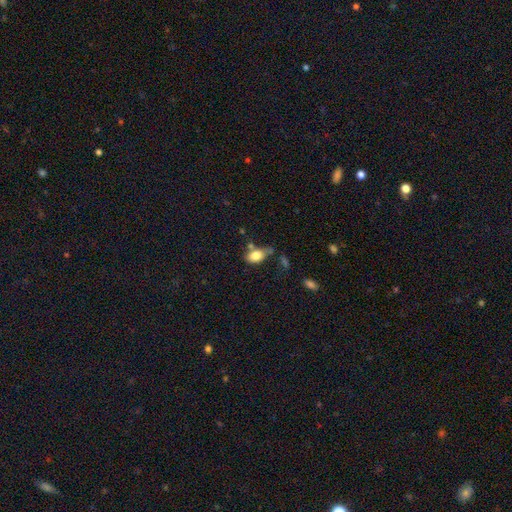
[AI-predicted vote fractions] smooth-or-featured: smooth: 80% | featured or disk: 11% | star or artifact: 8%
  how-rounded: in between: 86% | round: 12% | cigar-shaped: 3%
  merging: none: 47% | minor disturbance: 25% | merger: 19% | major disturbance: 10%